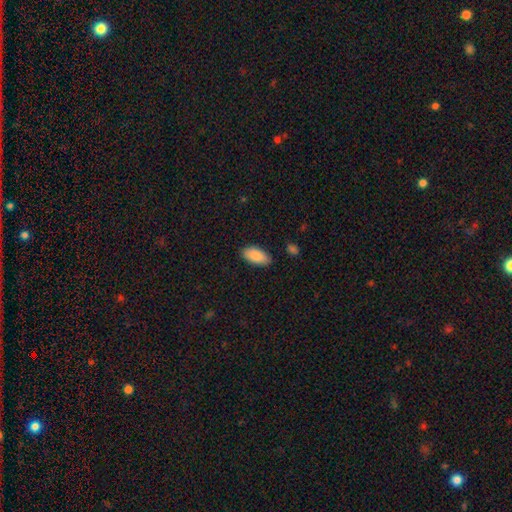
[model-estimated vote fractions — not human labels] This is clearly a smooth galaxy (88%). How rounded: clearly in between (93%). Merging: clearly none (84%).